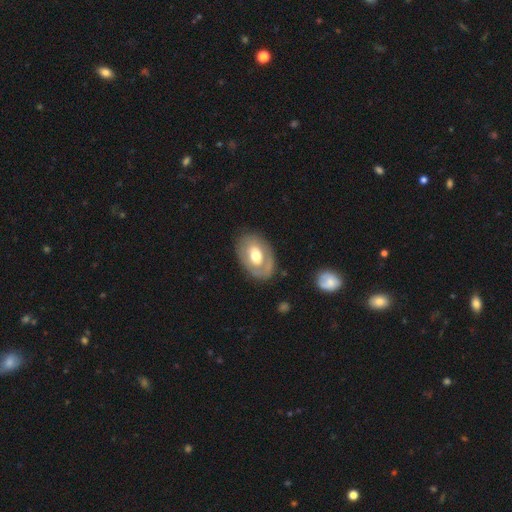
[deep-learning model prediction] This is possibly a featured or disk galaxy (53%). It is clearly not viewed edge-on (92%). Merging: likely none (74%).